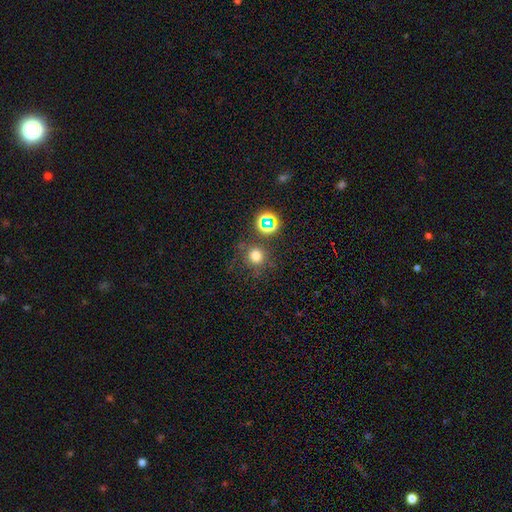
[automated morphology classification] A smooth galaxy with no disk features (71%) that is round (91%).

Vote fractions:
- Smooth or featured? smooth: 71% / star or artifact: 22% / featured or disk: 7%
- How rounded? round: 91% / in between: 8% / cigar-shaped: 1%
- Merging? none: 77% / minor disturbance: 10% / merger: 8% / major disturbance: 5%